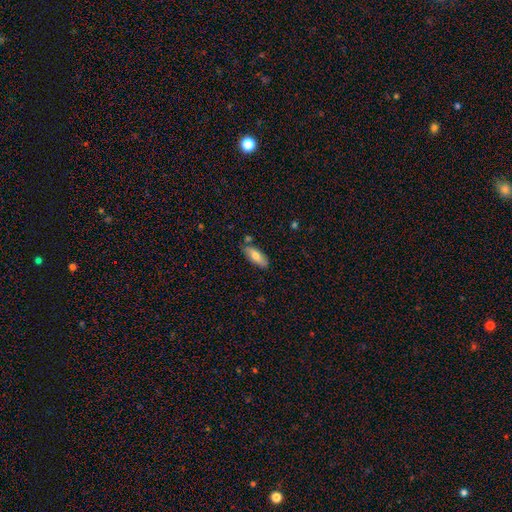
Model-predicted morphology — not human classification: This appears to be a smooth galaxy with no disk features (74%) that is in between round and cigar-shaped (70%). Merging: none (75%).